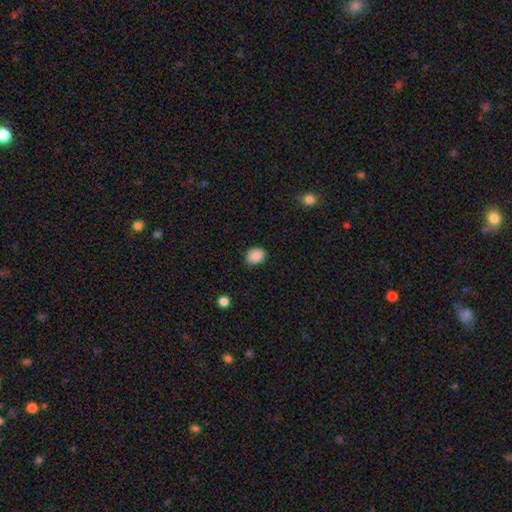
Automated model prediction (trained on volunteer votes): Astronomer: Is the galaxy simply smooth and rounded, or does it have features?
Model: smooth — 88%.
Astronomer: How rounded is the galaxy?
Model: round — 56% (runner-up: in between, 43%).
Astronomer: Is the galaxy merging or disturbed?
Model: none — 82%.